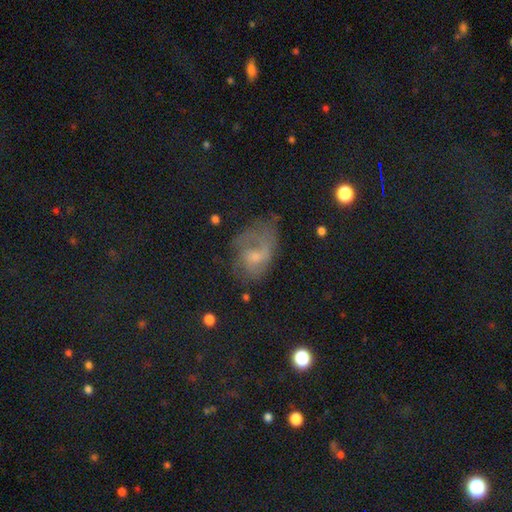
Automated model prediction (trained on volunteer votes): Morphology: type=featured or disk (52%); edge-on=no (96%); bar=no (64%); spiral arms=yes (71%); bulge=small (52%); merging=none (36%).